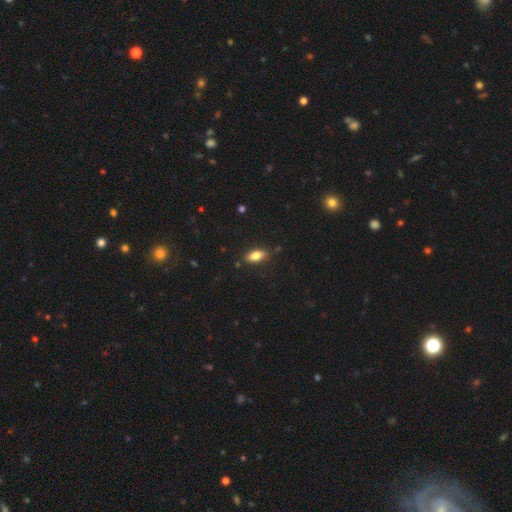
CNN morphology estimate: smooth-or-featured: smooth: 81% | featured or disk: 12% | star or artifact: 8%
  how-rounded: in between: 87% | cigar-shaped: 10% | round: 3%
  merging: none: 84% | minor disturbance: 12% | major disturbance: 2% | merger: 1%